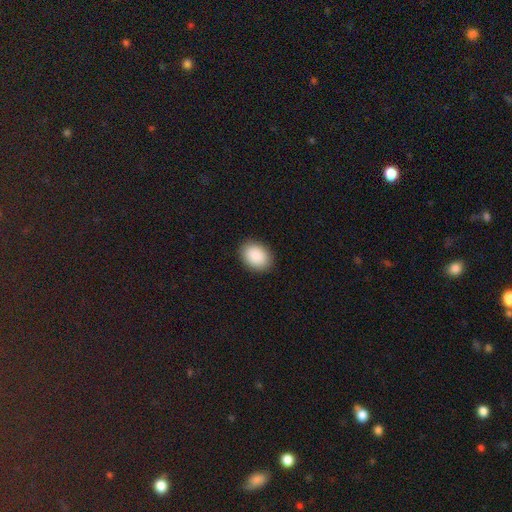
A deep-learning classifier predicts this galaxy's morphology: Smooth or featured?
  - smooth: 90% *
  - star or artifact: 7%
  - featured or disk: 3%
How rounded?
  - in between: 70% *
  - round: 29%
  - cigar-shaped: 1%
Merging?
  - none: 89% *
  - minor disturbance: 8%
  - major disturbance: 2%
  - merger: 1%